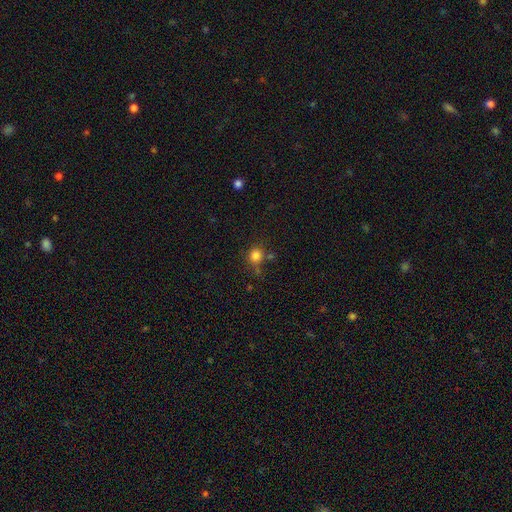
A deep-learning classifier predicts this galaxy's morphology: This is clearly a smooth galaxy (81%). How rounded: clearly round (86%). Merging: likely none (68%).